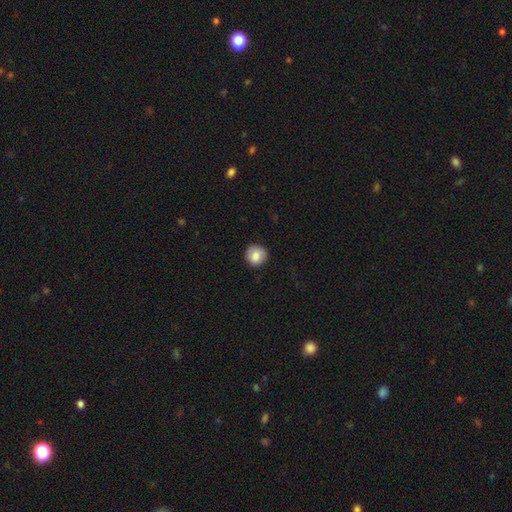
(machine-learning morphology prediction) Q: Smooth or featured?
A: smooth (83%); runner-up: featured or disk (9%)
Q: How rounded?
A: round (92%); runner-up: in between (7%)
Q: Merging?
A: none (87%); runner-up: minor disturbance (10%)